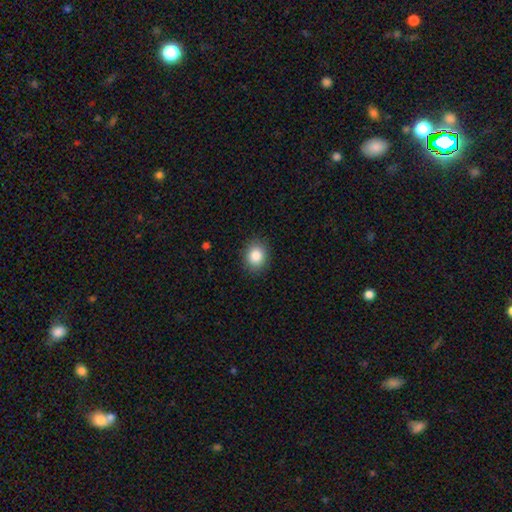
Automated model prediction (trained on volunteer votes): Smooth or featured?
  - smooth: 86% *
  - star or artifact: 9%
  - featured or disk: 5%
How rounded?
  - round: 60% *
  - in between: 39%
  - cigar-shaped: 1%
Merging?
  - none: 89% *
  - minor disturbance: 8%
  - major disturbance: 2%
  - merger: 1%